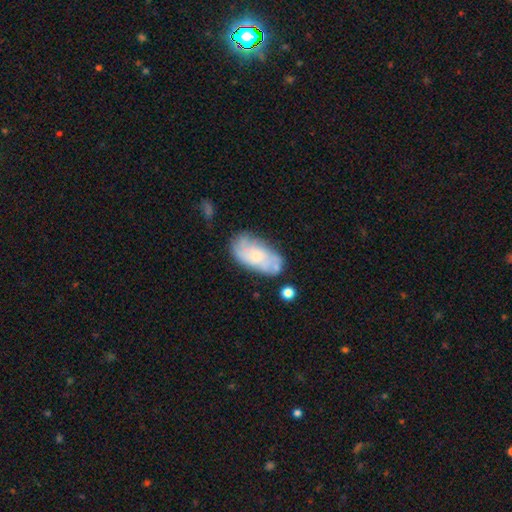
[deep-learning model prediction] Q: Smooth or featured?
A: featured or disk (51%); runner-up: smooth (41%)
Q: Edge-on disk?
A: no (94%); runner-up: yes (6%)
Q: Merging?
A: none (59%); runner-up: minor disturbance (25%)